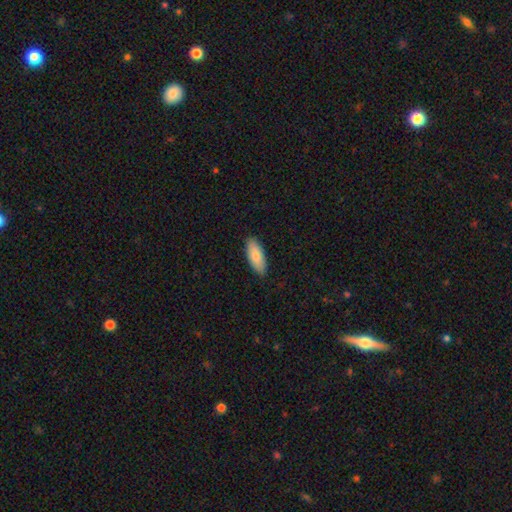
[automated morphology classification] Smooth or featured: smooth — 84% (featured or disk — 11%)
How rounded: in between — 81% (cigar-shaped — 17%)
Merging: none — 88% (minor disturbance — 10%)